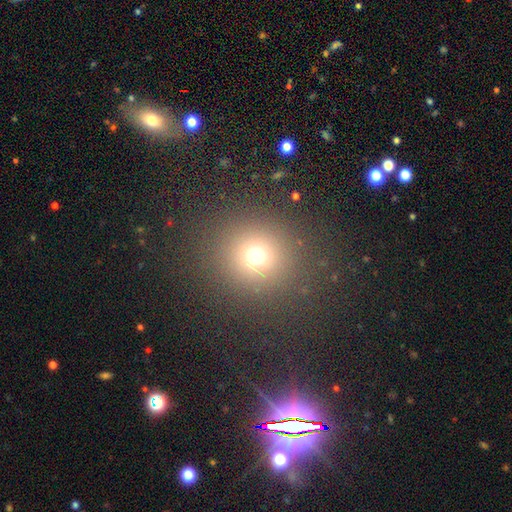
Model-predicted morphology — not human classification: Q: Smooth or featured?
A: smooth (68%); runner-up: star or artifact (23%)
Q: How rounded?
A: round (91%); runner-up: in between (8%)
Q: Merging?
A: none (86%); runner-up: minor disturbance (7%)